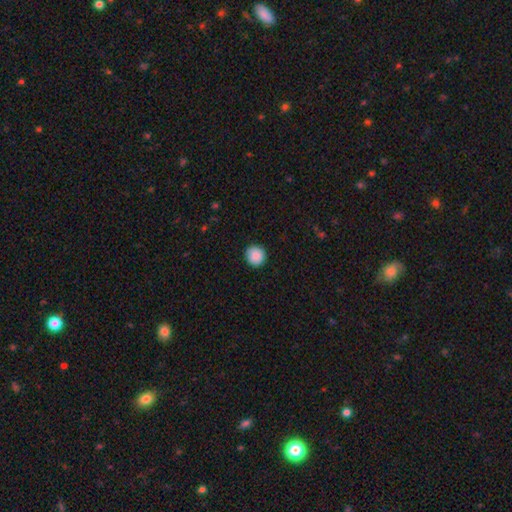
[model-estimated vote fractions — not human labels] smooth_or_featured: smooth (p=0.89) [alt: star or artifact p=0.08]
how_rounded: round (p=0.94) [alt: in between p=0.05]
merging: none (p=0.92) [alt: minor disturbance p=0.06]